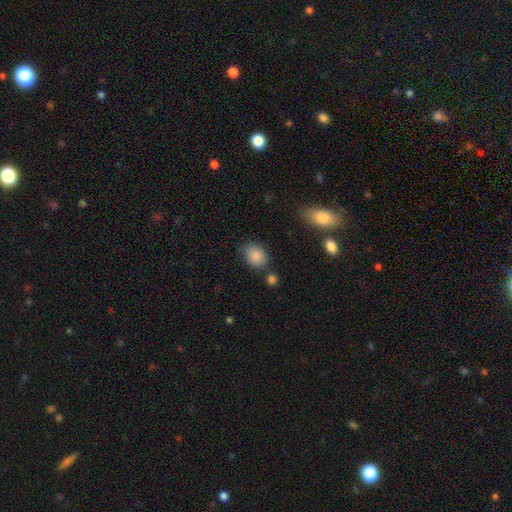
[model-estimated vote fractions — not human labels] smooth-or-featured: smooth: 86% | star or artifact: 9% | featured or disk: 5%
  how-rounded: in between: 59% | round: 40% | cigar-shaped: 1%
  merging: none: 72% | minor disturbance: 17% | merger: 6% | major disturbance: 5%